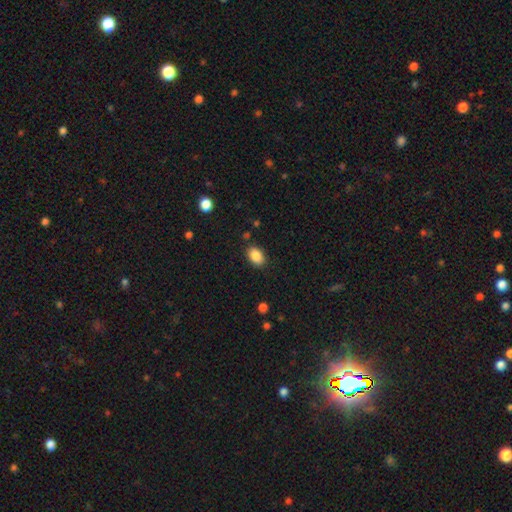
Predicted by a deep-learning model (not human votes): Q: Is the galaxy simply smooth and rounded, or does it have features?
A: smooth — 88%.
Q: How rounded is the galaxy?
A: in between — 86%.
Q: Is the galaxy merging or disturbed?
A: none — 86%.